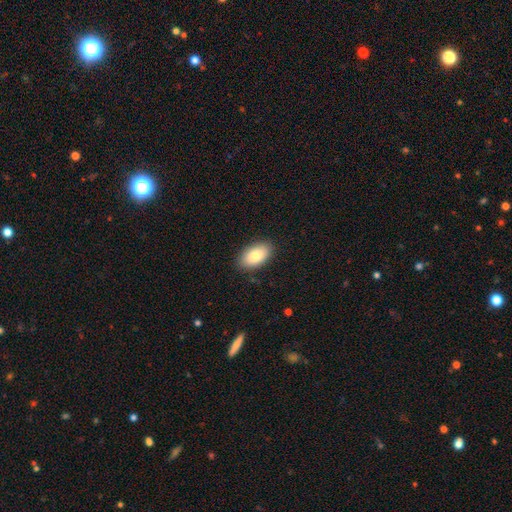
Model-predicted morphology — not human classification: Smooth or featured?
  - smooth: 83% *
  - featured or disk: 10%
  - star or artifact: 7%
How rounded?
  - in between: 94% *
  - round: 4%
  - cigar-shaped: 2%
Merging?
  - none: 88% *
  - minor disturbance: 9%
  - major disturbance: 2%
  - merger: 1%